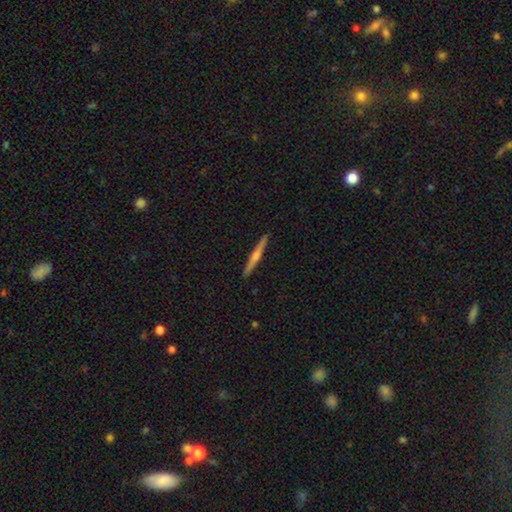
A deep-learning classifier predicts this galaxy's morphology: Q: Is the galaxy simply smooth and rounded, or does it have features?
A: featured or disk — 61%.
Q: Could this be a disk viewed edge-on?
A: yes — 98%.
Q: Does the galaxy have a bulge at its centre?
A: rounded — 79%.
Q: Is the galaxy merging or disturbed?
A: none — 92%.